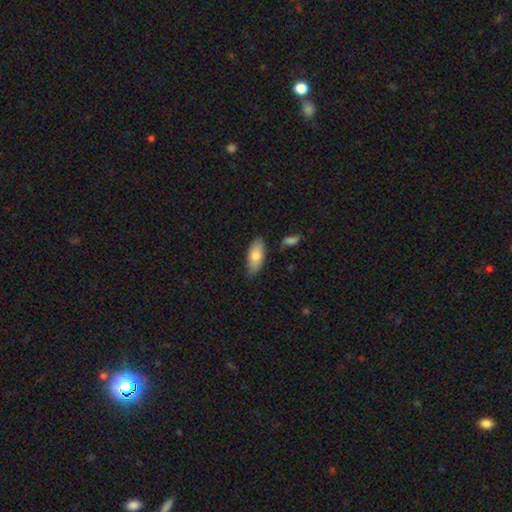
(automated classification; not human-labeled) Smooth or featured? Predicted: smooth (p=0.77). How rounded? Predicted: in between (p=0.85). Merging? Predicted: none (p=0.80).